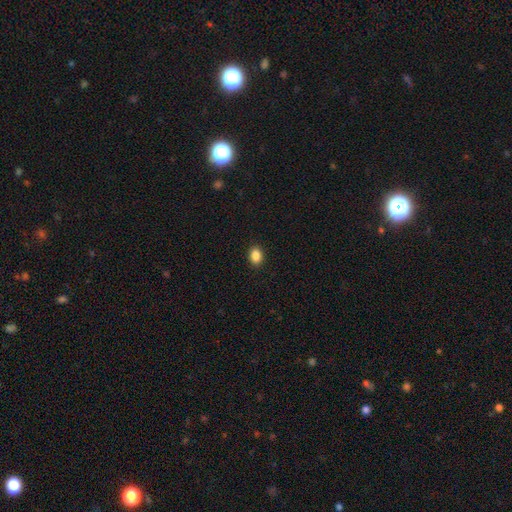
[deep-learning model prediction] A smooth galaxy with no disk features (88%) that is in between round and cigar-shaped (69%).

Vote fractions:
- Smooth or featured? smooth: 88% / star or artifact: 9% / featured or disk: 3%
- How rounded? in between: 69% / round: 30% / cigar-shaped: 1%
- Merging? none: 91% / minor disturbance: 6% / major disturbance: 2% / merger: 1%